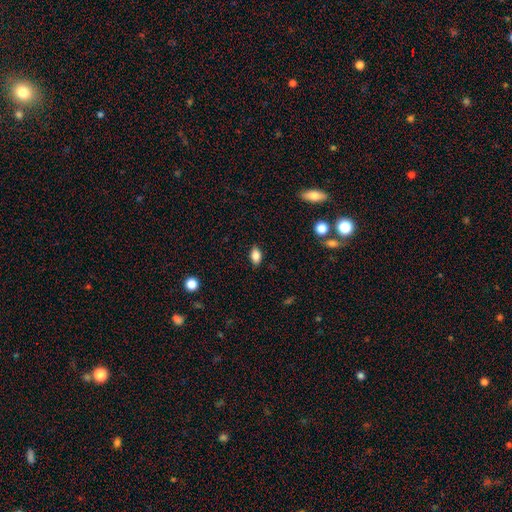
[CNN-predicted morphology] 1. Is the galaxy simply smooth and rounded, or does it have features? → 84% smooth, 9% star or artifact, 7% featured or disk.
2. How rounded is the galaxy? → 88% in between, 9% round, 3% cigar-shaped.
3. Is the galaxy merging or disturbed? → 85% none, 11% minor disturbance, 2% major disturbance, 1% merger.